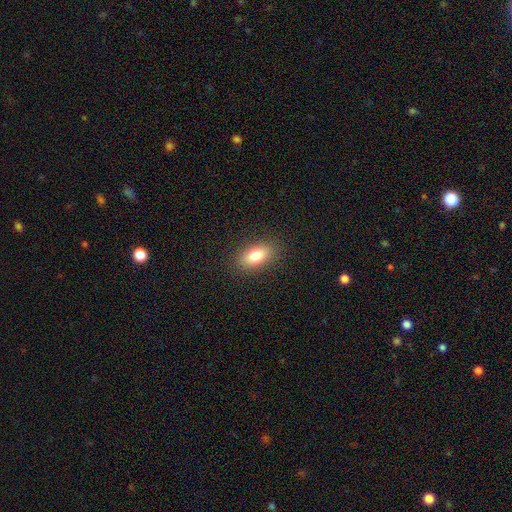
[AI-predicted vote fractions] The model was most divided on "smooth or featured": smooth: 79%, featured or disk: 12%, star or artifact: 9%. More confident: merging — none (88%); how rounded — in between (86%).